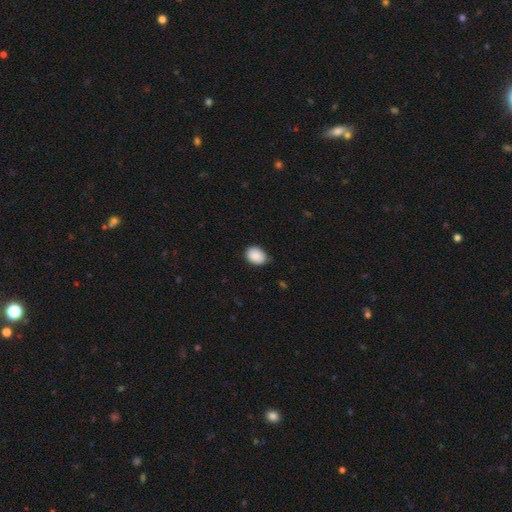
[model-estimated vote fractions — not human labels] smooth 90%, star or artifact 7%, featured or disk 3%. Down the decision tree: how rounded — in between (74%); merging — none (78%).